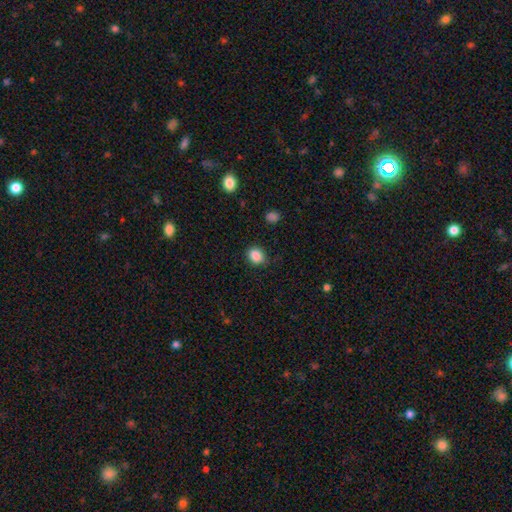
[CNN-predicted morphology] The model was most divided on "how rounded": round: 60%, in between: 39%, cigar-shaped: 1%. More confident: smooth or featured — smooth (87%); merging — none (83%).